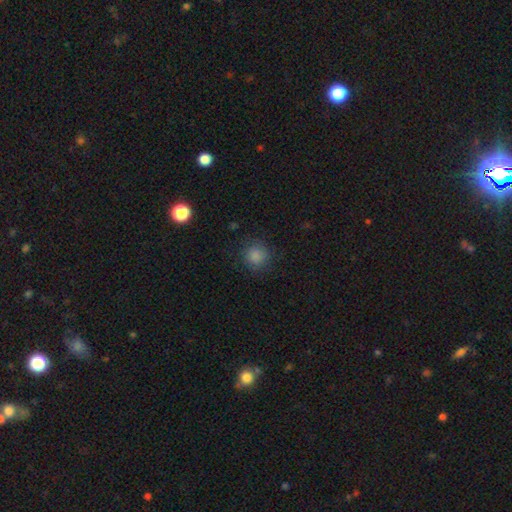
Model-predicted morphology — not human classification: smooth 85%, star or artifact 11%, featured or disk 4%. Down the decision tree: how rounded — round (92%); merging — none (86%).